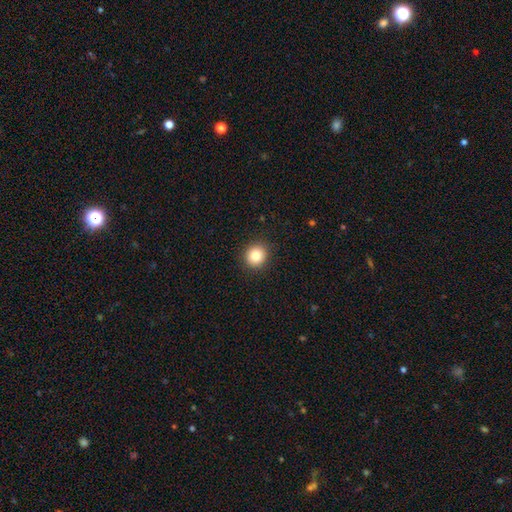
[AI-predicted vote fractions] smooth-or-featured: smooth: 83% | star or artifact: 10% | featured or disk: 7%
  how-rounded: round: 90% | in between: 9% | cigar-shaped: 1%
  merging: none: 92% | minor disturbance: 5% | major disturbance: 2% | merger: 1%